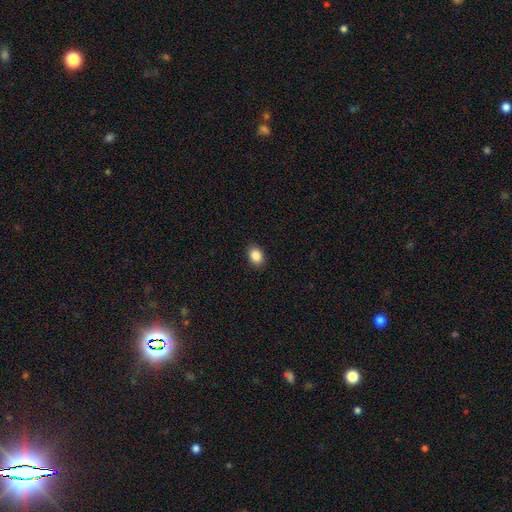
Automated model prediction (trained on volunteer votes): Overall: smooth (87%). How rounded: in between (69%; round 30%). Merging: none (89%).